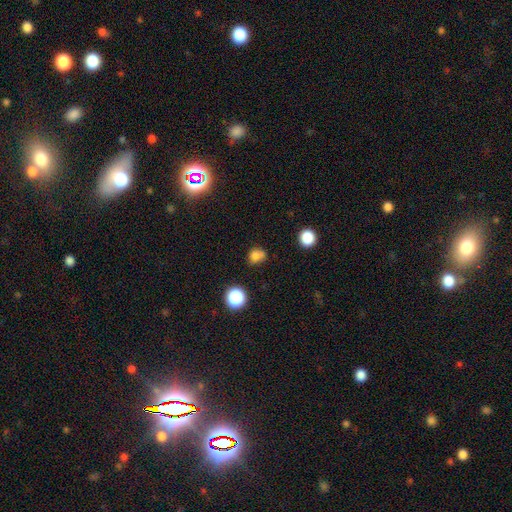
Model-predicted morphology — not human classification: Smooth or featured? smooth (74%)
How rounded? round (68%)
Merging? none (46%)